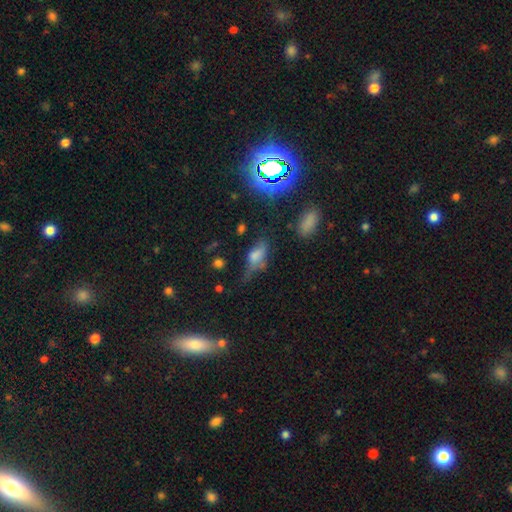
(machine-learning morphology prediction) This is possibly a smooth galaxy (50%). Merging: marginally none (42%).